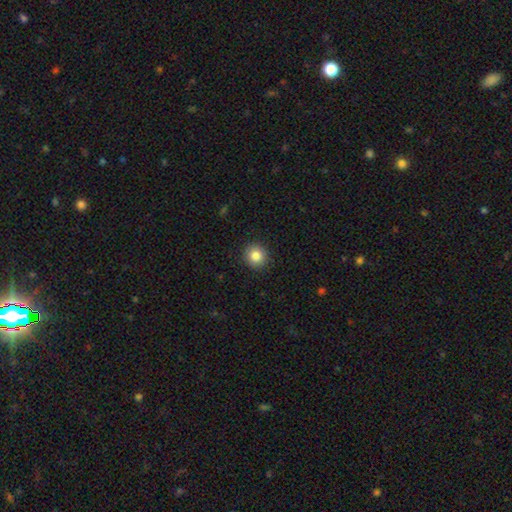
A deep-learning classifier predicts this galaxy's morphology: A smooth galaxy with no disk features (84%) that is round (92%). Merging: none (92%).